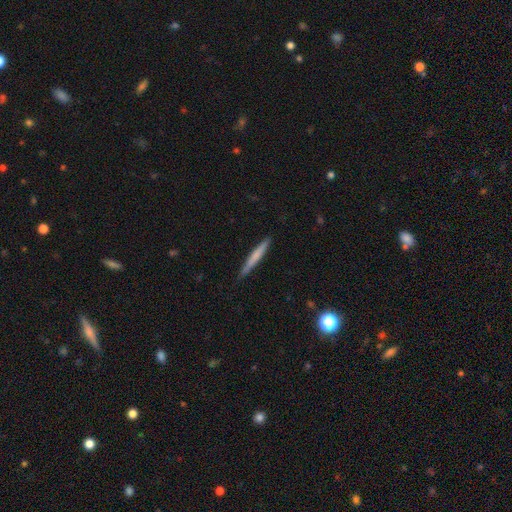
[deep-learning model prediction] smooth-or-featured: smooth: 63% | featured or disk: 31% | star or artifact: 5%
  how-rounded: cigar-shaped: 96% | in between: 3% | round: 1%
  merging: none: 87% | minor disturbance: 10% | major disturbance: 2% | merger: 1%